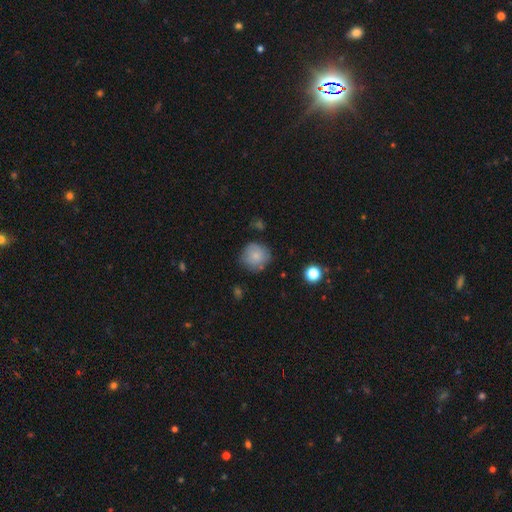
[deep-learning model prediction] The model was most divided on "merging": none: 71%, minor disturbance: 21%, major disturbance: 5%, merger: 3%. More confident: how rounded — round (87%); smooth or featured — smooth (79%).